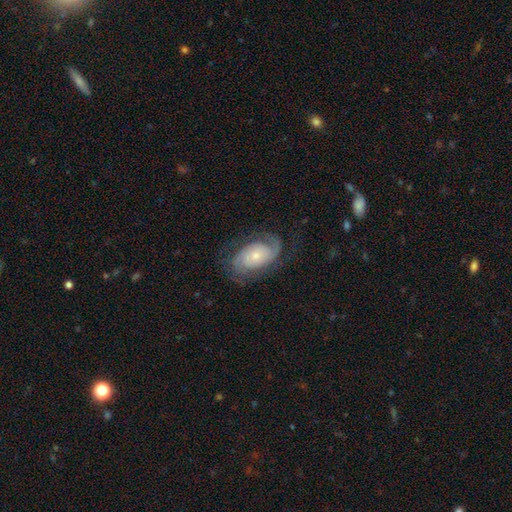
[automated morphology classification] A featured or disk galaxy (81%) with no bar (73%), 2 (72%) tight (44%) spiral arms (95%) and a small central bulge (61%).

Vote fractions:
- Smooth or featured? featured or disk: 81% / smooth: 13% / star or artifact: 6%
- Edge-on disk? no: 96% / yes: 4%
- Bar? no: 73% / weak: 22% / strong: 5%
- Spiral arms? yes: 95% / no: 5%
- Spiral winding? tight: 44% / medium: 39% / loose: 16%
- Spiral arm count? 2: 72% / can't tell: 12% / 3: 6% / 1: 5% / 4: 2% / more than 4: 2%
- Bulge size? small: 61% / moderate: 31% / large: 4% / none: 2% / dominant: 1%
- Merging? none: 71% / minor disturbance: 17% / major disturbance: 11% / merger: 1%